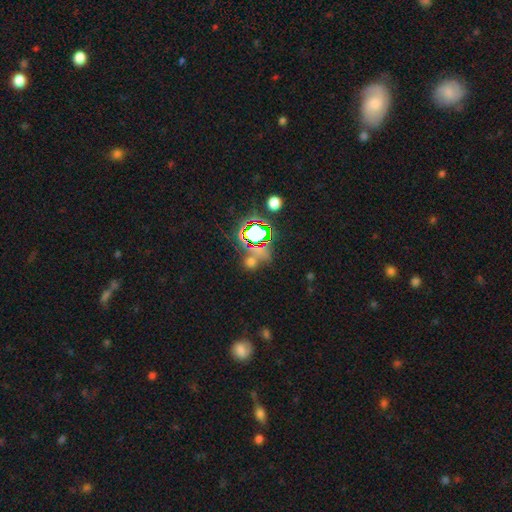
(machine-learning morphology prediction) Smooth or featured? star or artifact (65%)